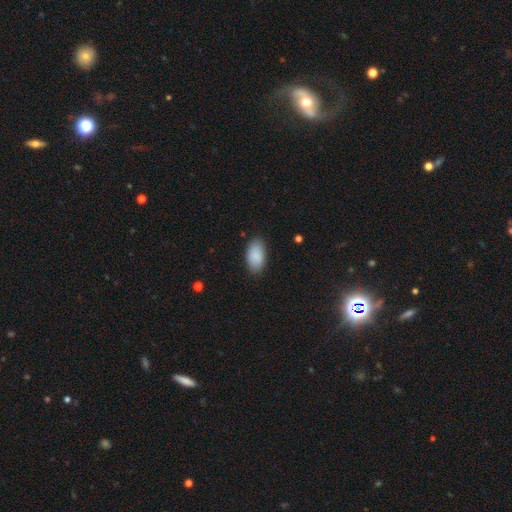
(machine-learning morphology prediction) type=smooth (89%); roundness=in between (95%); merging=none (85%).